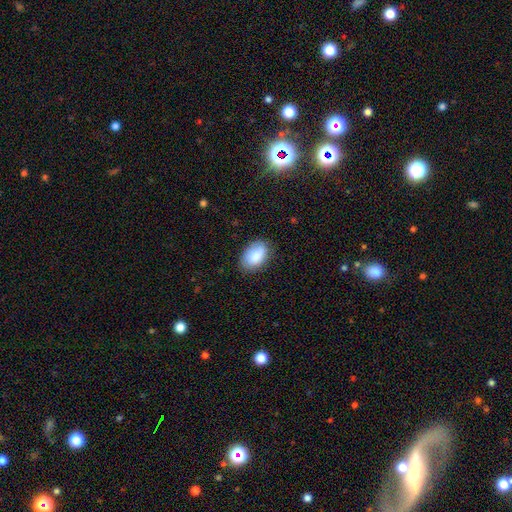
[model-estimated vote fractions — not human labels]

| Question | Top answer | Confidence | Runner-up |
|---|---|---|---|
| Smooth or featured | smooth | 88% | star or artifact (7%) |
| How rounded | in between | 91% | round (8%) |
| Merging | none | 77% | minor disturbance (19%) |